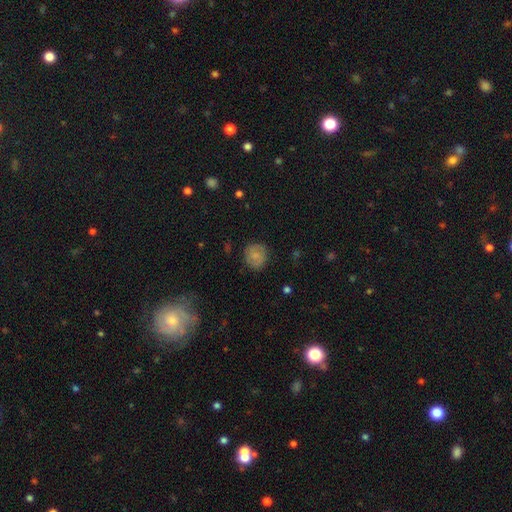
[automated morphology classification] This is likely a smooth galaxy (76%). How rounded: clearly round (85%). Merging: clearly none (82%).